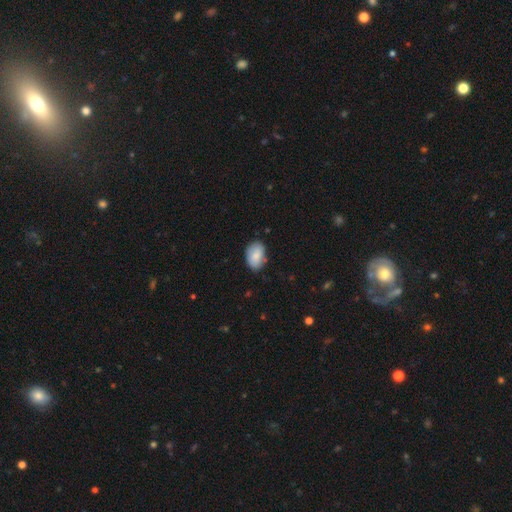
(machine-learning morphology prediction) Smooth or featured: smooth — 85% (featured or disk — 8%)
How rounded: in between — 87% (round — 12%)
Merging: none — 76% (minor disturbance — 19%)